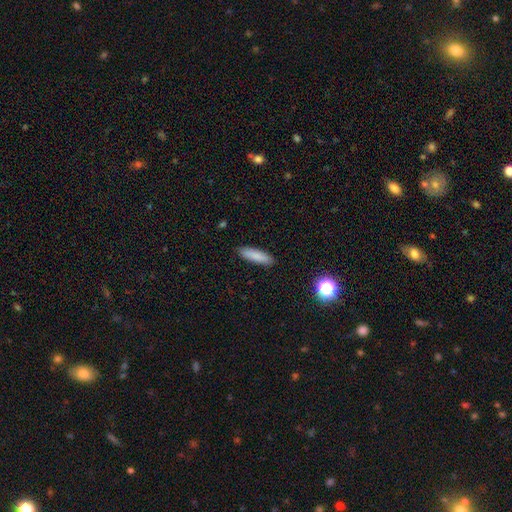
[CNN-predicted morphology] A smooth galaxy with no disk features (86%) that is cigar-shaped (72%).

Vote fractions:
- Smooth or featured? smooth: 86% / featured or disk: 8% / star or artifact: 7%
- How rounded? cigar-shaped: 72% / in between: 27% / round: 2%
- Merging? none: 90% / minor disturbance: 8% / major disturbance: 2% / merger: 1%